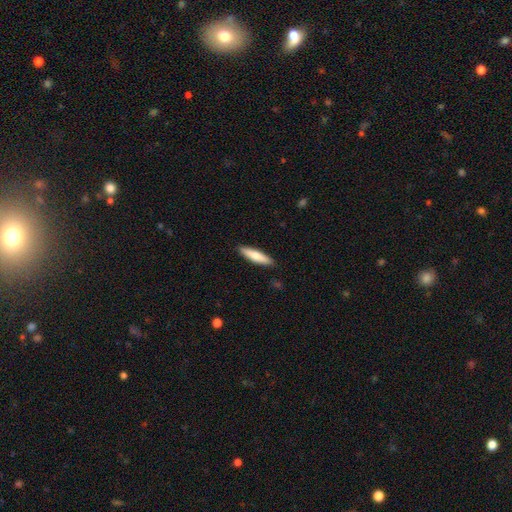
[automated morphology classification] This is likely a smooth galaxy (75%). How rounded: likely cigar-shaped (76%). Merging: clearly none (89%).